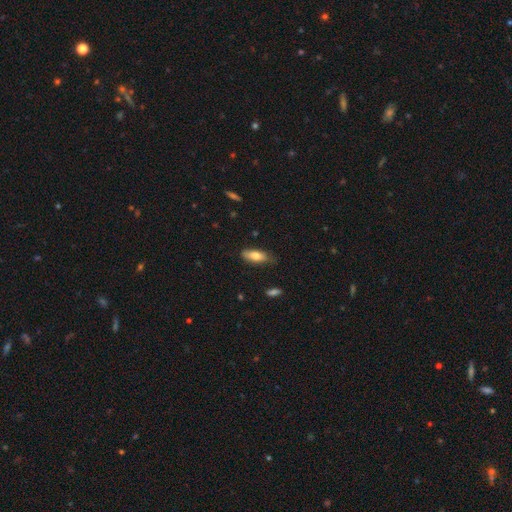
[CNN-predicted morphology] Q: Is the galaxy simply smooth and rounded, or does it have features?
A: smooth — 77%.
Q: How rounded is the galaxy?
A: in between — 73%.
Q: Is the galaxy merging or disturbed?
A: none — 72%.